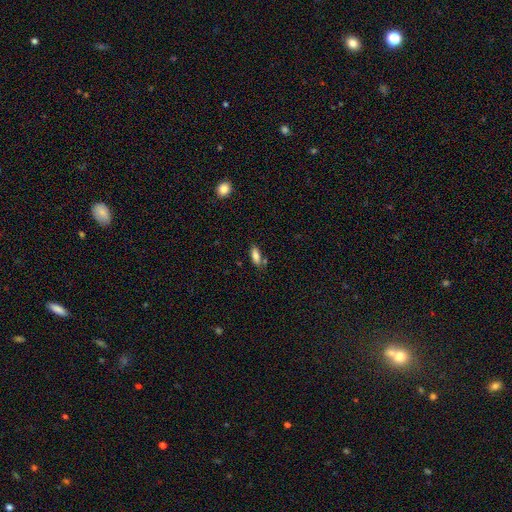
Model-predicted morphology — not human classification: Overall: smooth (83%). How rounded: in between (76%). Merging: none (70%).